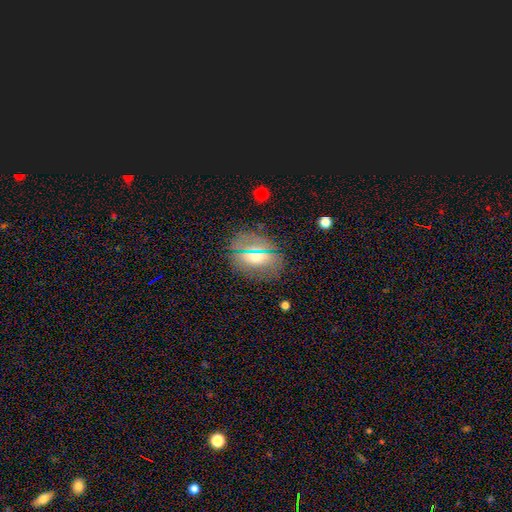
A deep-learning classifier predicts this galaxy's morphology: Q: Smooth or featured?
A: smooth (54%); runner-up: featured or disk (29%)
Q: How rounded?
A: in between (53%); runner-up: round (44%)
Q: Merging?
A: none (81%); runner-up: minor disturbance (13%)